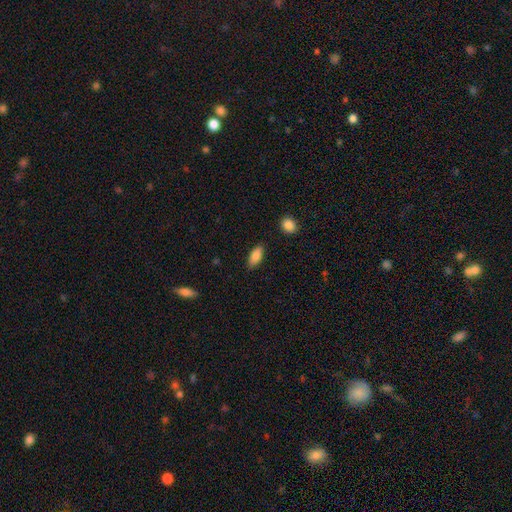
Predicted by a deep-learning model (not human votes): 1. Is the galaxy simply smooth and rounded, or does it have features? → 85% smooth, 8% featured or disk, 7% star or artifact.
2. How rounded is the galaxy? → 84% in between, 13% cigar-shaped, 3% round.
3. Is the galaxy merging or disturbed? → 84% none, 12% minor disturbance, 2% major disturbance, 2% merger.